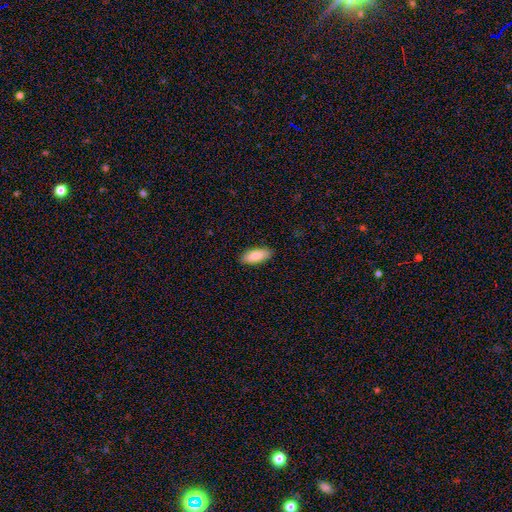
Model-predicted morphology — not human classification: Q: Smooth or featured?
A: smooth (87%); runner-up: featured or disk (7%)
Q: How rounded?
A: in between (85%); runner-up: cigar-shaped (13%)
Q: Merging?
A: none (88%); runner-up: minor disturbance (9%)